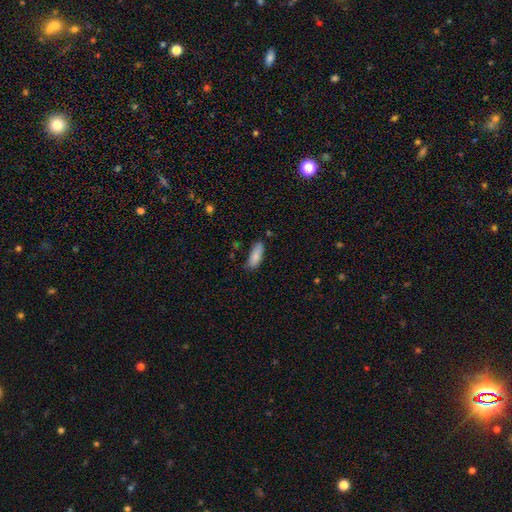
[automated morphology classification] Smooth or featured: smooth — 86% (featured or disk — 8%)
How rounded: in between — 71% (cigar-shaped — 27%)
Merging: none — 72% (minor disturbance — 22%)